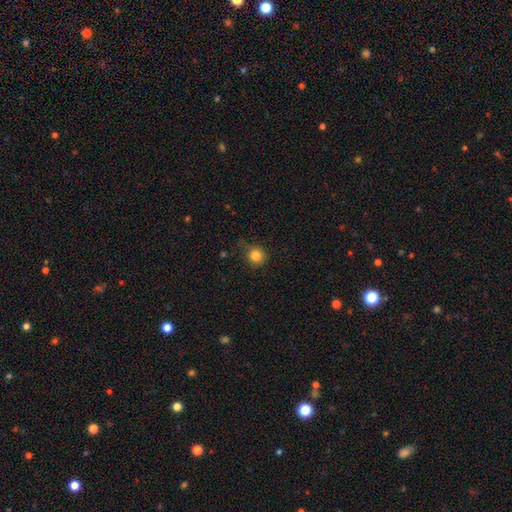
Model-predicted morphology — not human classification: Q: Smooth or featured?
A: smooth (83%); runner-up: star or artifact (12%)
Q: How rounded?
A: round (92%); runner-up: in between (7%)
Q: Merging?
A: none (79%); runner-up: minor disturbance (16%)